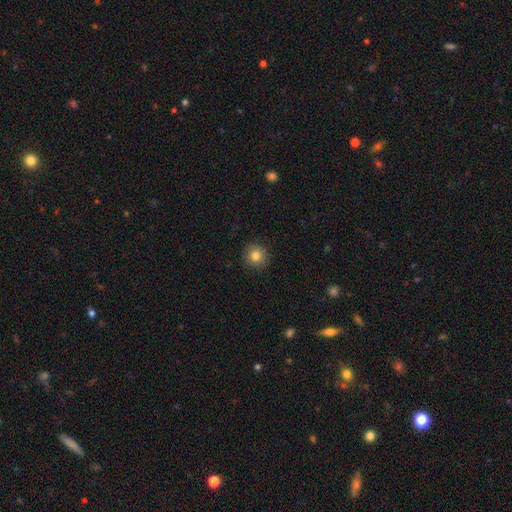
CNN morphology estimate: Overall: smooth (82%). How rounded: round (94%). Merging: none (91%).